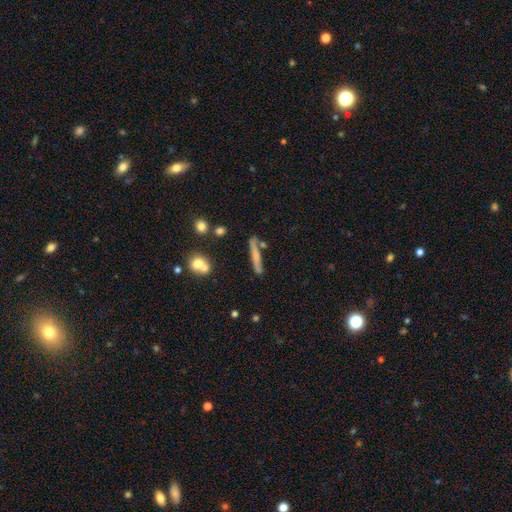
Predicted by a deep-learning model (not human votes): smooth 52%, featured or disk 39%, star or artifact 8%. Down the decision tree: how rounded — cigar-shaped (92%); merging — none (74%).